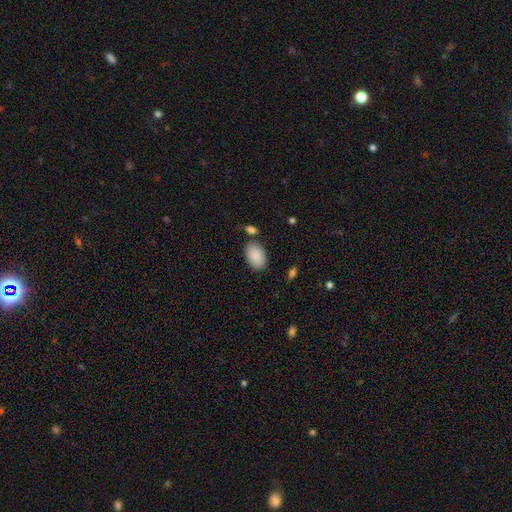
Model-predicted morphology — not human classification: A smooth galaxy with no disk features (90%) that is in between round and cigar-shaped (93%). Merging: none (78%).